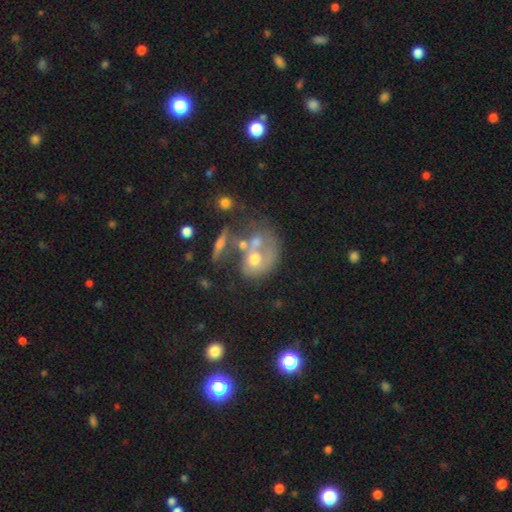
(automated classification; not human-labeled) Overall: featured or disk (53%; smooth 33%). Edge-on disk: no (94%). Bar: no (84%). Spiral arms: no (65%; yes 35%). Bulge size: moderate (61%; small 22%). Merging: merger (44%; none 22%).